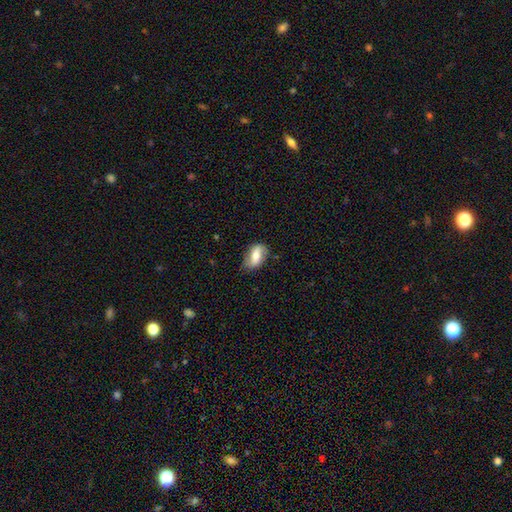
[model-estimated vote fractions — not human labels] Smooth or featured: smooth — 53% (featured or disk — 40%)
How rounded: in between — 87% (round — 9%)
Merging: none — 70% (minor disturbance — 23%)